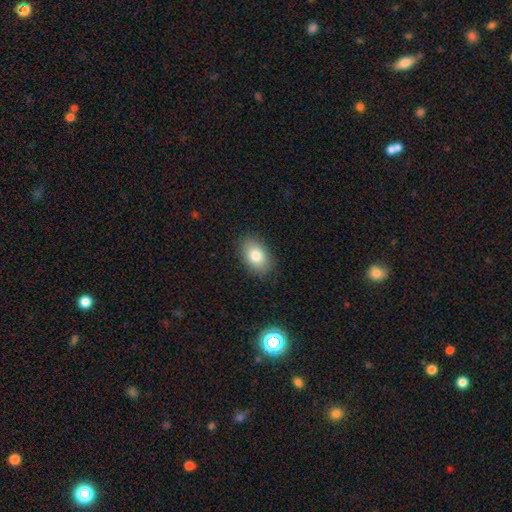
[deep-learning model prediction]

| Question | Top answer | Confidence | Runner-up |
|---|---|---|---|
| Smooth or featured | smooth | 81% | featured or disk (11%) |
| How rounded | in between | 88% | round (11%) |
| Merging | none | 87% | minor disturbance (9%) |